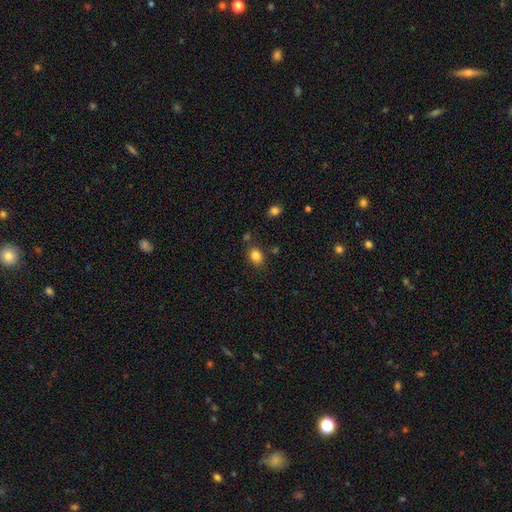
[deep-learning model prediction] Smooth or featured? smooth (84%)
How rounded? in between (64%)
Merging? none (80%)